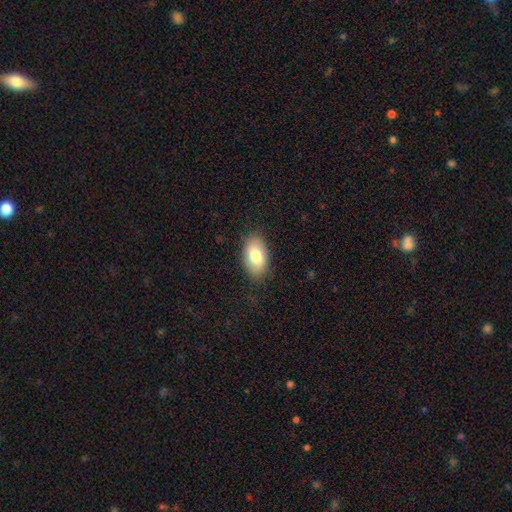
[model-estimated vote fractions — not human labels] This is likely a smooth galaxy (77%). How rounded: clearly in between (93%). Merging: clearly none (82%).